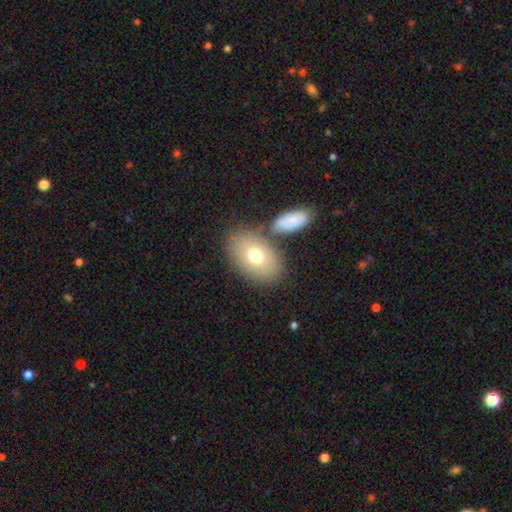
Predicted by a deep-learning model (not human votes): Smooth or featured? Predicted: smooth (p=0.71). How rounded? Predicted: in between (p=0.85). Merging? Predicted: none (p=0.69).